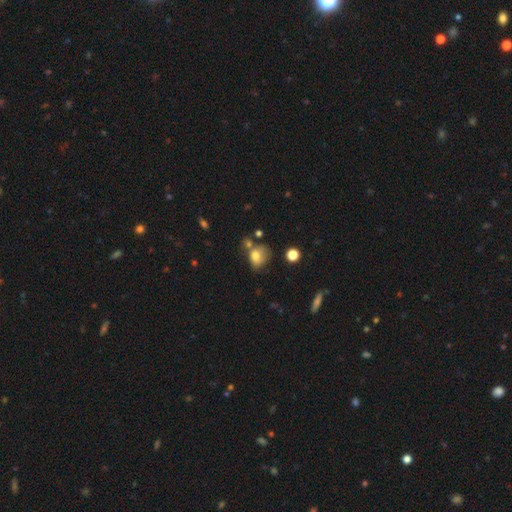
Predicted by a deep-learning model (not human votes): The model was most divided on "how rounded": in between: 55%, round: 44%, cigar-shaped: 1%. Remaining: smooth or featured — smooth (74%); merging — none (41%).